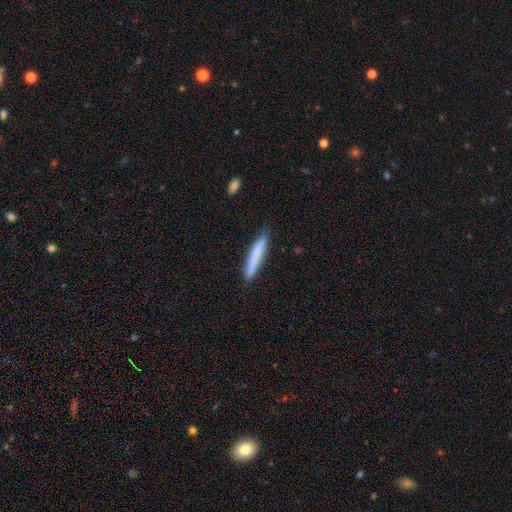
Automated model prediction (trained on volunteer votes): Smooth or featured?
  - smooth: 77% *
  - featured or disk: 17%
  - star or artifact: 6%
How rounded?
  - cigar-shaped: 93% *
  - in between: 5%
  - round: 1%
Merging?
  - none: 83% *
  - minor disturbance: 13%
  - major disturbance: 2%
  - merger: 2%